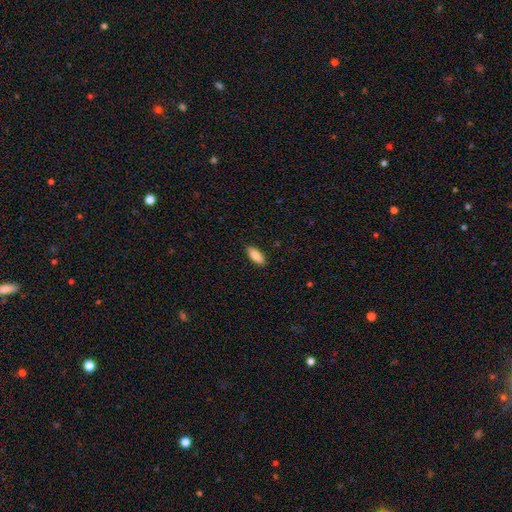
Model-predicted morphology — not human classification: The model was most divided on "how rounded": in between: 81%, cigar-shaped: 17%, round: 2%. More confident: merging — none (89%); smooth or featured — smooth (87%).